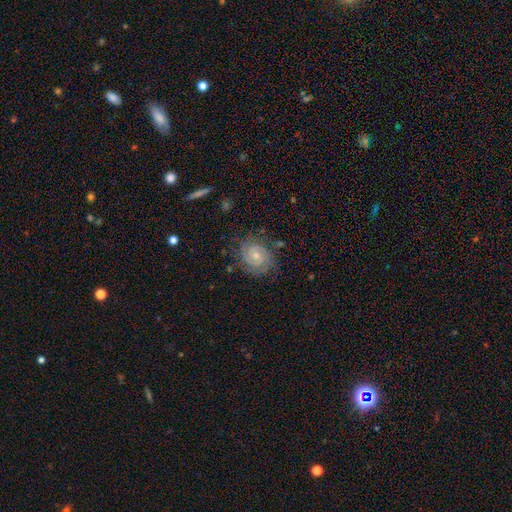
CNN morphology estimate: This appears to be a featured or disk galaxy (78%) with no bar (66%), 2 (55%) tight (71%) spiral arms (95%) and a small central bulge (56%). Merging: none (75%).